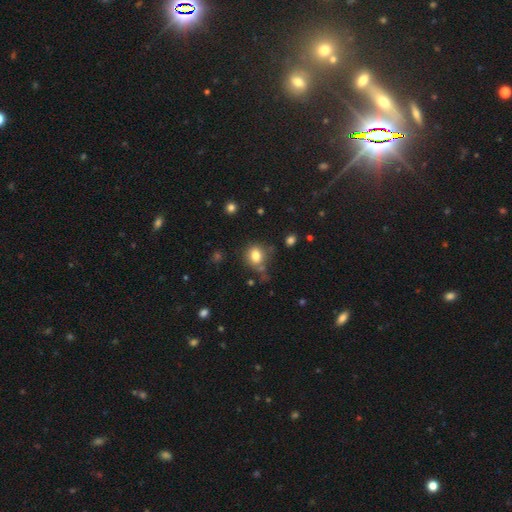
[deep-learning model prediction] Q: Smooth or featured?
A: smooth (80%); runner-up: star or artifact (12%)
Q: How rounded?
A: round (62%); runner-up: in between (37%)
Q: Merging?
A: none (63%); runner-up: minor disturbance (21%)